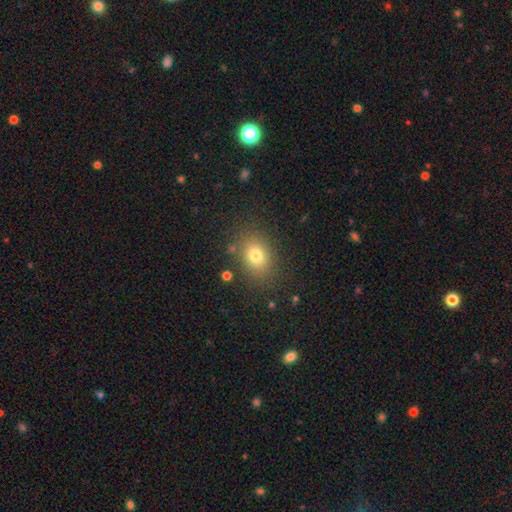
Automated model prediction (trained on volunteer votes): Smooth or featured: smooth — 77% (star or artifact — 13%)
How rounded: in between — 62% (round — 37%)
Merging: none — 83% (minor disturbance — 11%)